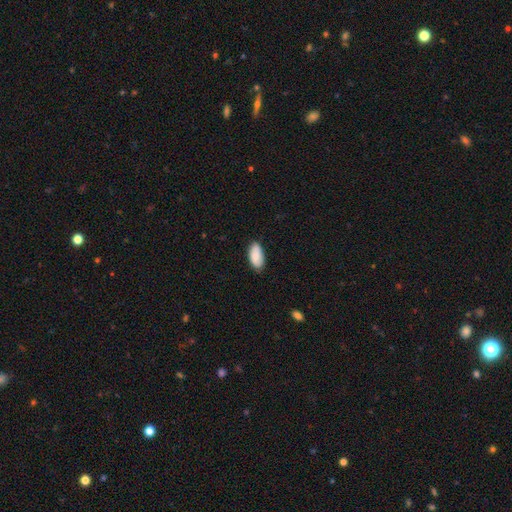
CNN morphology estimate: Smooth or featured? Predicted: smooth (p=0.86). How rounded? Predicted: in between (p=0.94). Merging? Predicted: none (p=0.82).